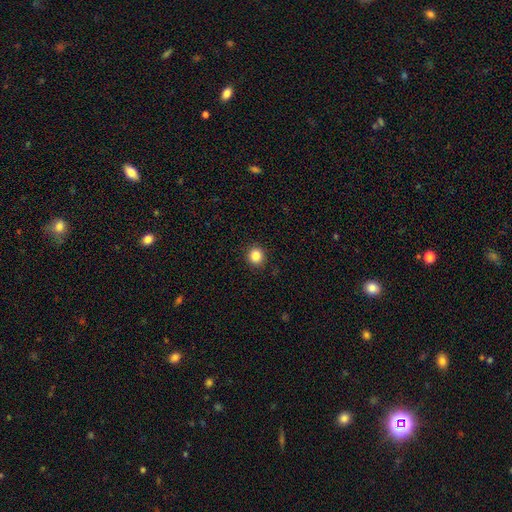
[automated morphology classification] A smooth galaxy with no disk features (86%) that is round (89%). Merging: none (91%).